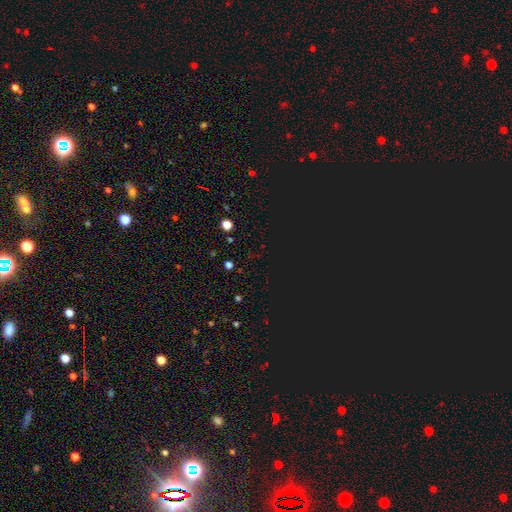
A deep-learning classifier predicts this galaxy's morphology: type=star or artifact (70%).